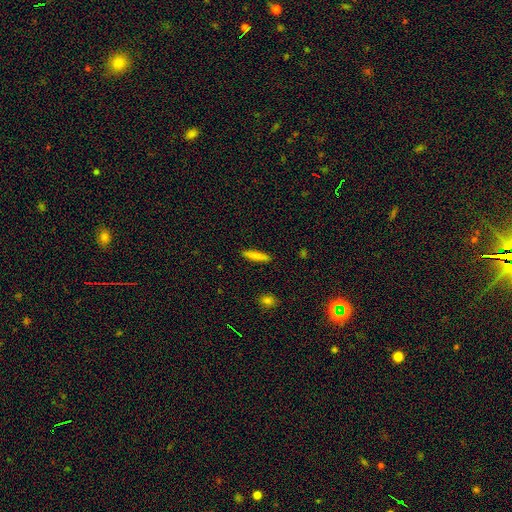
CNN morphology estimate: smooth 83%, featured or disk 10%, star or artifact 7%. Down the decision tree: how rounded — cigar-shaped (86%); merging — none (91%).